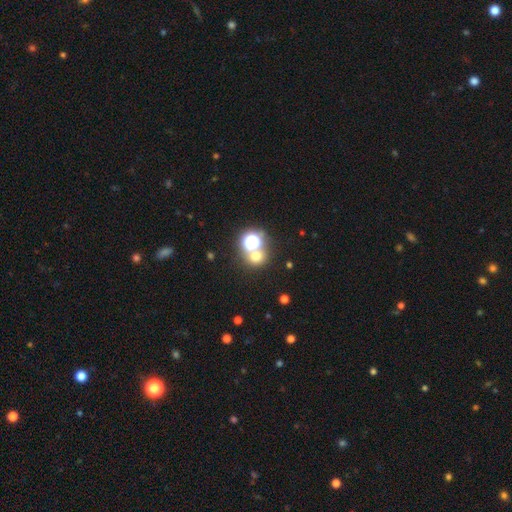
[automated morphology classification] This is possibly a smooth galaxy (59%). How rounded: clearly round (86%). Merging: likely none (64%).